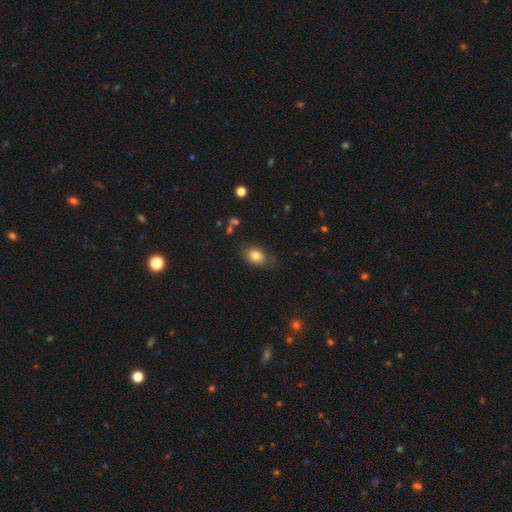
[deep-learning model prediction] A smooth galaxy with no disk features (81%) that is in between round and cigar-shaped (75%). Merging: none (74%).